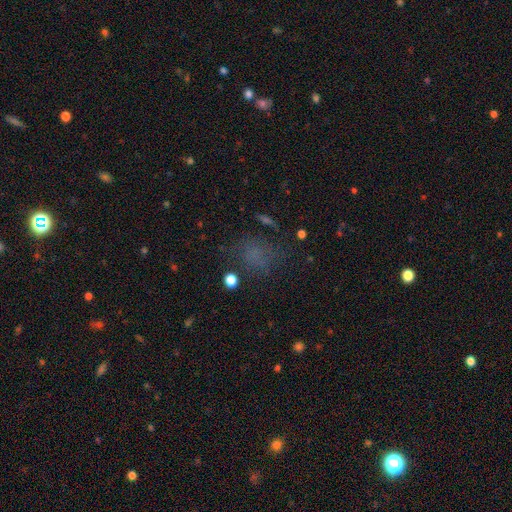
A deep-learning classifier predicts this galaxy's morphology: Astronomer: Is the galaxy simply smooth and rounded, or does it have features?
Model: smooth — 57%.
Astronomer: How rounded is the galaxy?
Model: round — 56% (runner-up: in between, 42%).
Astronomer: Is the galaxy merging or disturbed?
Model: none — 58%.